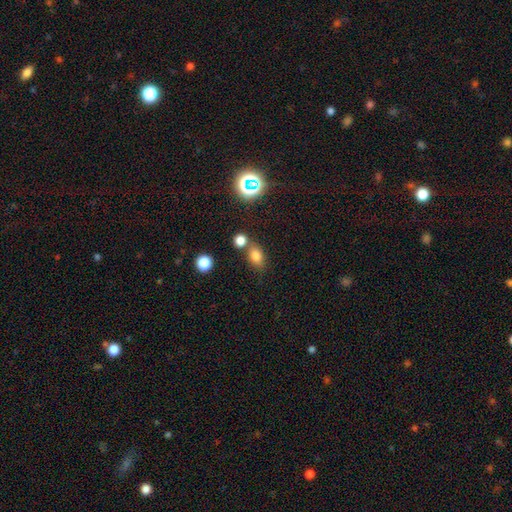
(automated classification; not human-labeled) Smooth or featured? smooth (77%)
How rounded? in between (70%)
Merging? none (63%)